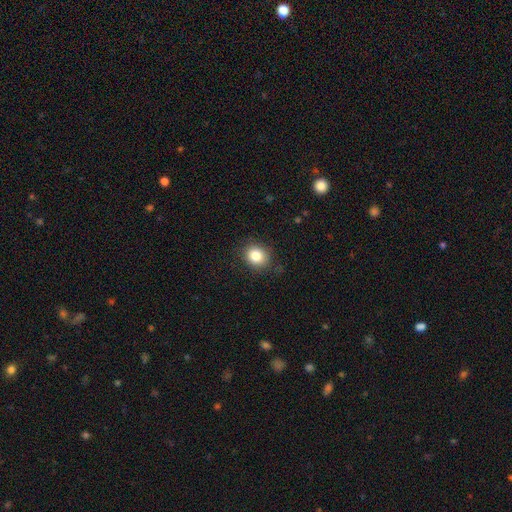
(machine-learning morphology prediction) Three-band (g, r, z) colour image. It shows a smooth galaxy with no disk features (83%) that is round (75%). Merging: none (85%).